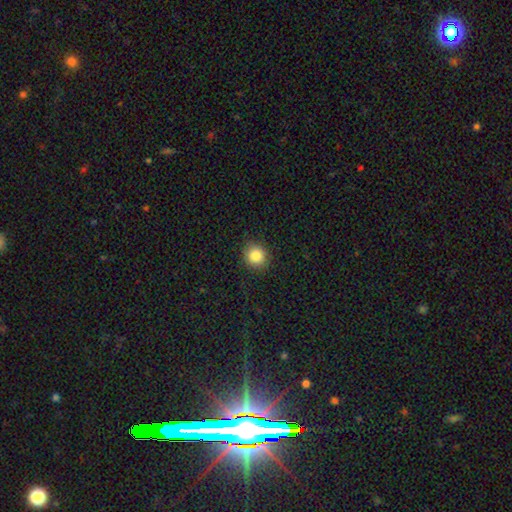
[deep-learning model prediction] Smooth or featured?
  - smooth: 85% *
  - star or artifact: 10%
  - featured or disk: 4%
How rounded?
  - round: 87% *
  - in between: 12%
  - cigar-shaped: 1%
Merging?
  - none: 88% *
  - minor disturbance: 8%
  - major disturbance: 2%
  - merger: 1%